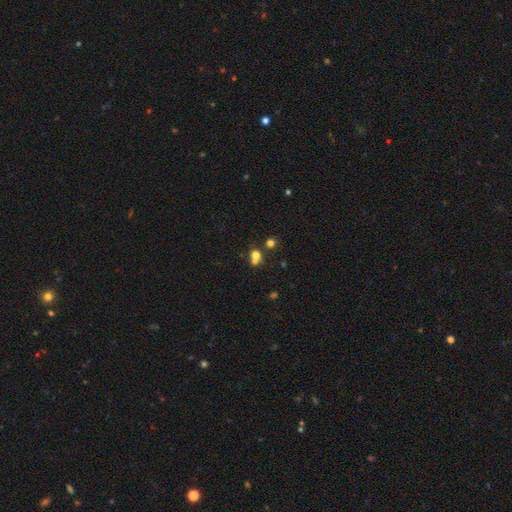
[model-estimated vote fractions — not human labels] Smooth or featured? Predicted: smooth (p=0.68). How rounded? Predicted: round (p=0.73). Merging? Predicted: merger (p=0.46).